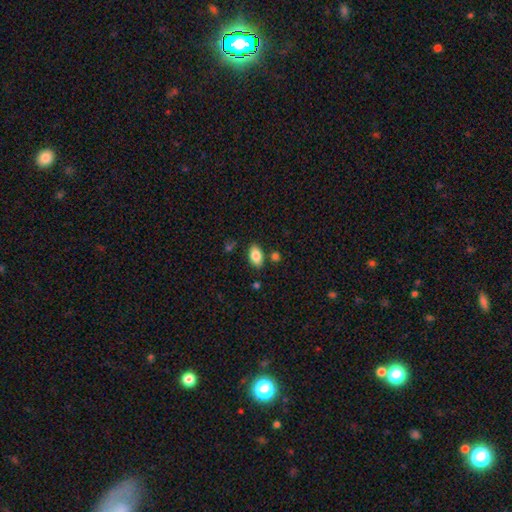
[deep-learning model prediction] Smooth or featured: smooth — 85% (featured or disk — 8%)
How rounded: in between — 93% (round — 5%)
Merging: none — 82% (minor disturbance — 10%)